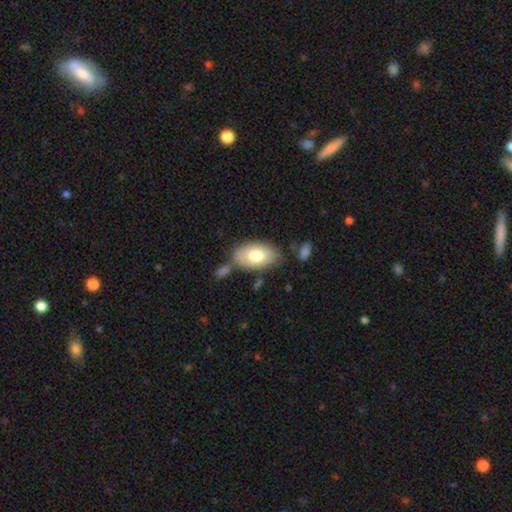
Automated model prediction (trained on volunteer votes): This appears to be a smooth galaxy with no disk features (74%) that is in between round and cigar-shaped (93%). Merging: none (70%).